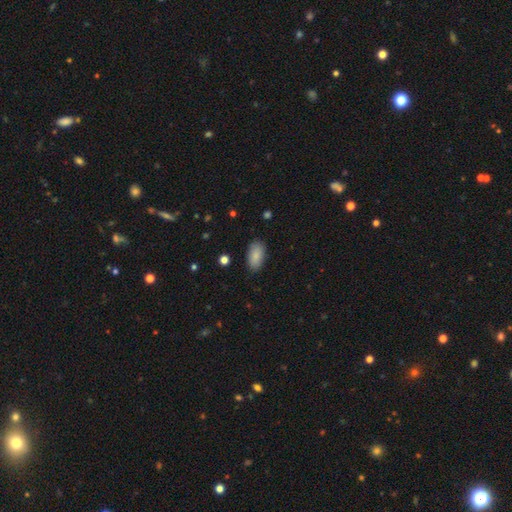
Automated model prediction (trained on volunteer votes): Smooth or featured? Predicted: smooth (p=0.87). How rounded? Predicted: in between (p=0.92). Merging? Predicted: none (p=0.86).